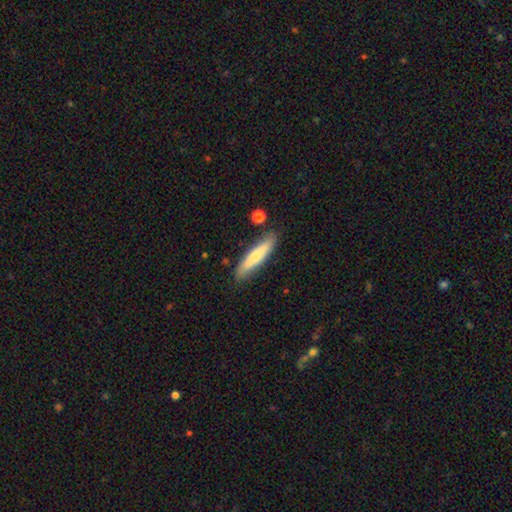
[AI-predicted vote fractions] This appears to be a smooth galaxy with no disk features (65%) that is cigar-shaped (84%). Merging: none (82%).